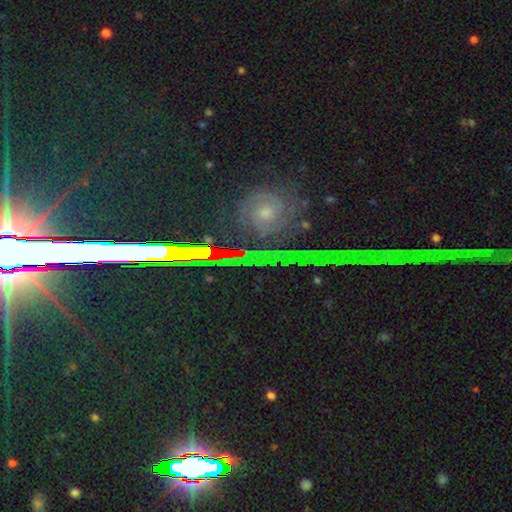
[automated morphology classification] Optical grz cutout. It shows a star or artifact, not a galaxy (63%).